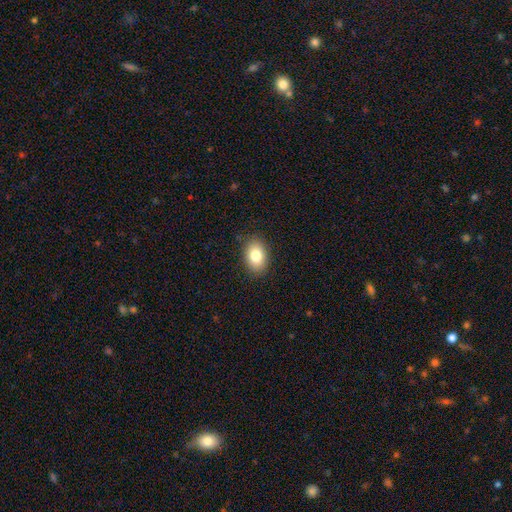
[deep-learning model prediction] smooth-or-featured: smooth: 82% | featured or disk: 9% | star or artifact: 9%
  how-rounded: in between: 83% | round: 15% | cigar-shaped: 1%
  merging: none: 87% | minor disturbance: 9% | major disturbance: 2% | merger: 1%